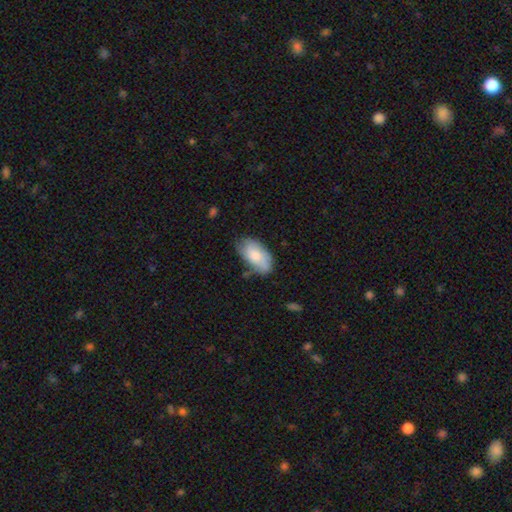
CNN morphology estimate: A smooth galaxy with no disk features (74%) that is in between round and cigar-shaped (94%). Merging: none (61%).